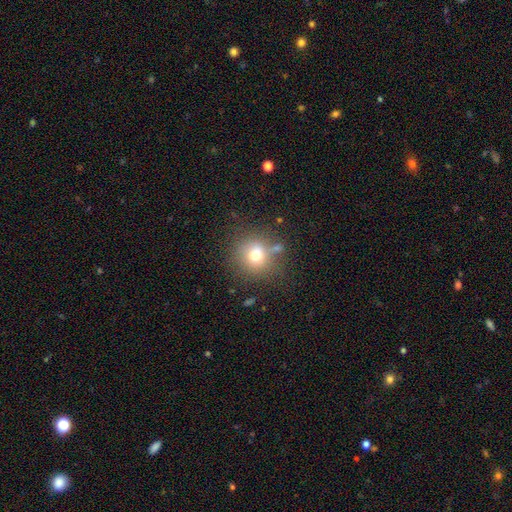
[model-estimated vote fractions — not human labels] This is likely a smooth galaxy (71%). How rounded: clearly round (90%). Merging: likely none (73%).